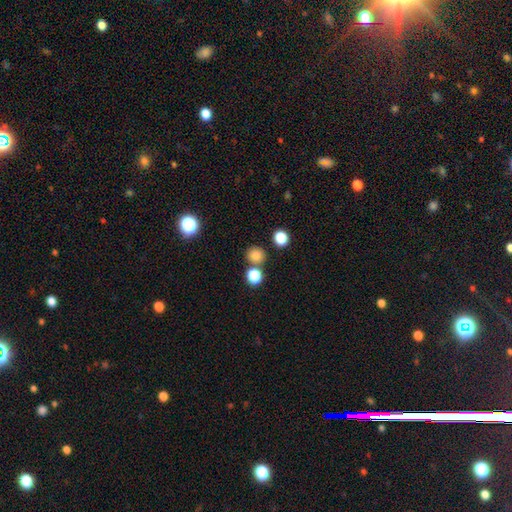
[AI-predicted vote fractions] smooth_or_featured: smooth (p=0.79) [alt: star or artifact p=0.15]
how_rounded: round (p=0.87) [alt: in between p=0.13]
merging: none (p=0.75) [alt: merger p=0.14]